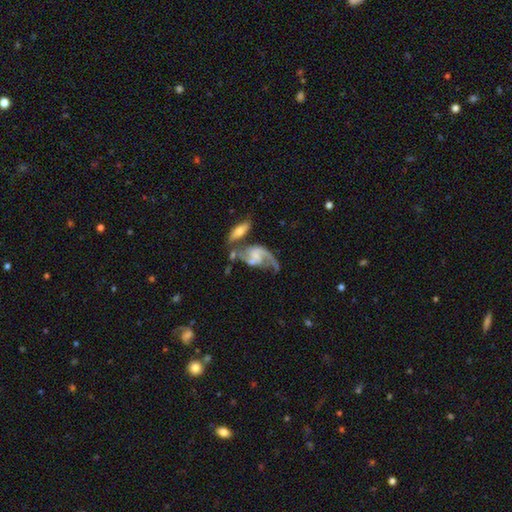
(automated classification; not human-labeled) The model was most divided on "merging": none: 34%, merger: 29%, major disturbance: 20%, minor disturbance: 17%. Remaining: edge-on disk — no (96%); spiral arms — yes (93%); smooth or featured — featured or disk (84%); spiral arm count — 2 (83%); spiral winding — loose (63%); bar — no (50%); bulge size — none (43%).